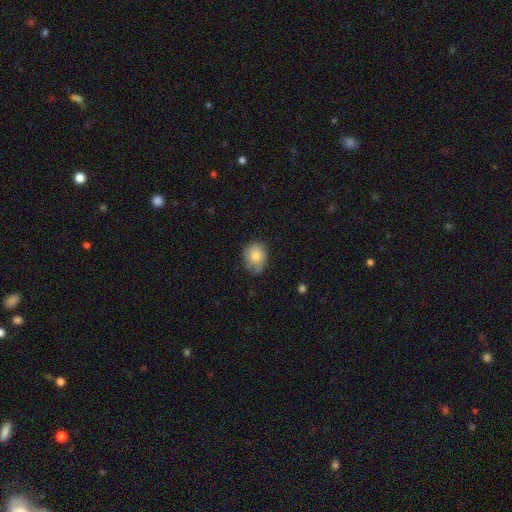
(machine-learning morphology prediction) smooth_or_featured: smooth (p=0.71) [alt: featured or disk p=0.21]
how_rounded: round (p=0.50) [alt: in between p=0.49]
merging: none (p=0.64) [alt: minor disturbance p=0.28]